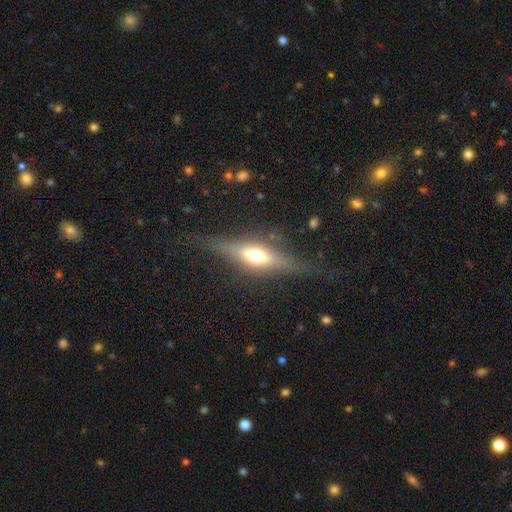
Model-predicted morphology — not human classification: featured or disk 66%, smooth 25%, star or artifact 9%. Down the decision tree: edge-on disk — yes (93%); edge-on bulge — rounded (91%); merging — none (82%).